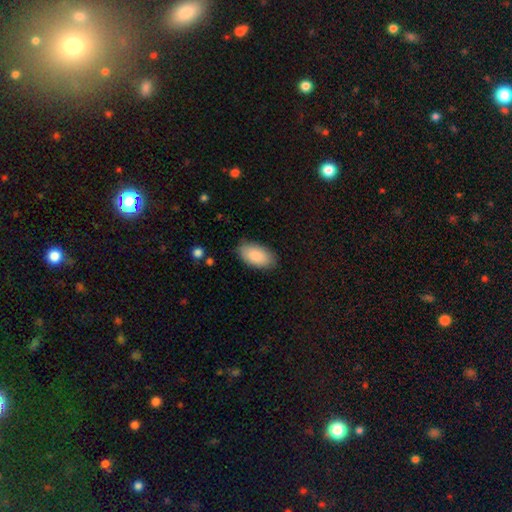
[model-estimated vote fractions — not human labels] This appears to be a smooth galaxy with no disk features (88%) that is in between round and cigar-shaped (95%). Merging: none (85%).